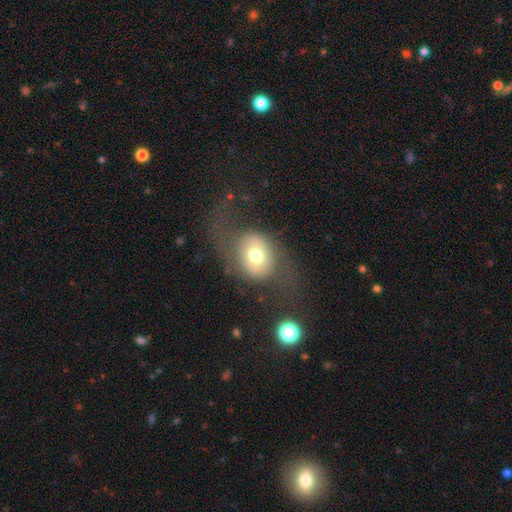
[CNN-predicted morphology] This appears to be a smooth galaxy with no disk features (56%) that is in between round and cigar-shaped (53%). Merging: none (56%).